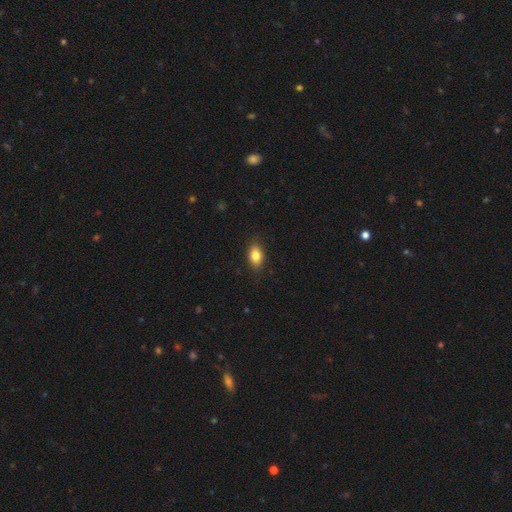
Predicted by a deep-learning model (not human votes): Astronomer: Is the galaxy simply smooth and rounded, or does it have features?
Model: smooth — 83%.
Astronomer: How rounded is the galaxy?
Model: in between — 84%.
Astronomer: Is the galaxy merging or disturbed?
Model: none — 85%.